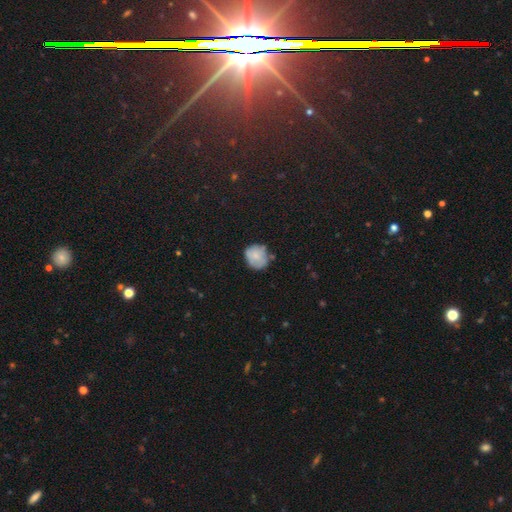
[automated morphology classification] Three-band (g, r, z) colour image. It shows a smooth galaxy with no disk features (73%) that is round (76%). Merging: none (62%).